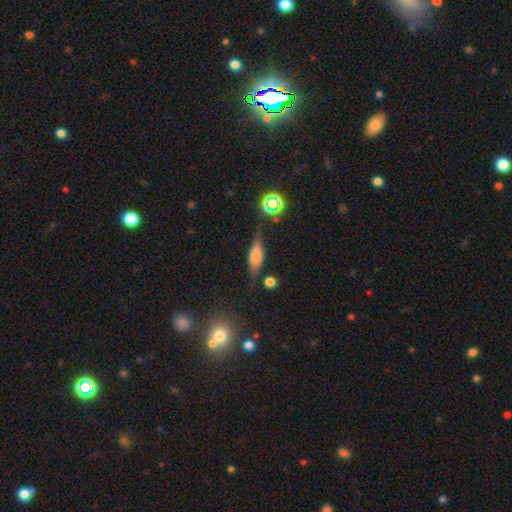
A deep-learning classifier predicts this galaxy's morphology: Smooth or featured? smooth (54%)
How rounded? in between (49%)
Merging? none (67%)